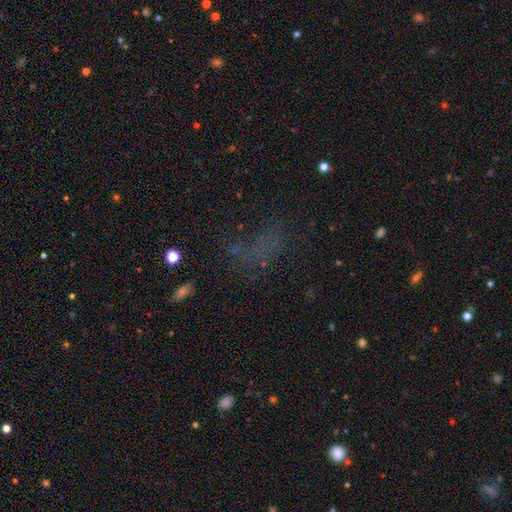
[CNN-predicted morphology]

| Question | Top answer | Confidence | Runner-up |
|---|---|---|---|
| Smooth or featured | star or artifact | 41% | smooth (39%) |